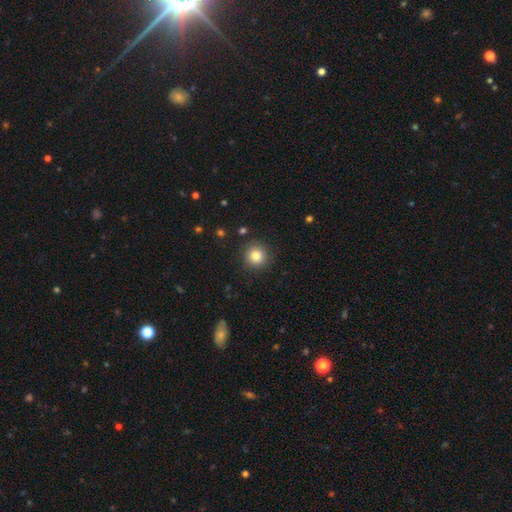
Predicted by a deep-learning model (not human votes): A smooth galaxy with no disk features (82%) that is round (94%). Merging: none (90%).